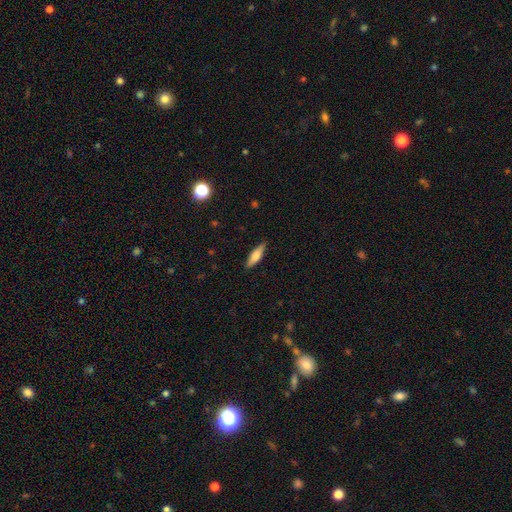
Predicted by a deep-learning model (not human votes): Smooth or featured: smooth — 66% (featured or disk — 28%)
How rounded: cigar-shaped — 63% (in between — 35%)
Merging: none — 86% (minor disturbance — 11%)